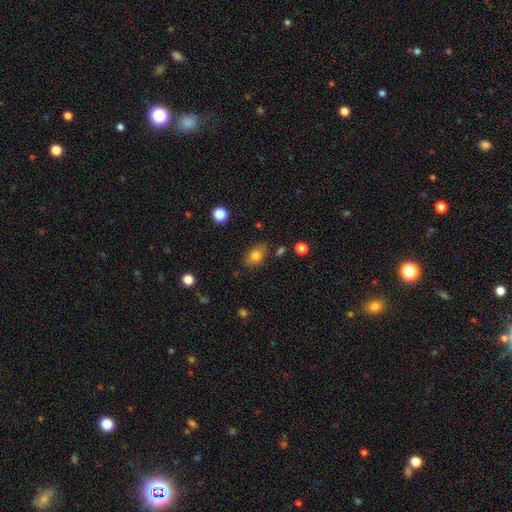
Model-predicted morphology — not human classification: smooth_or_featured: smooth (p=0.78) [alt: featured or disk p=0.11]
how_rounded: in between (p=0.73) [alt: round p=0.24]
merging: none (p=0.76) [alt: minor disturbance p=0.16]